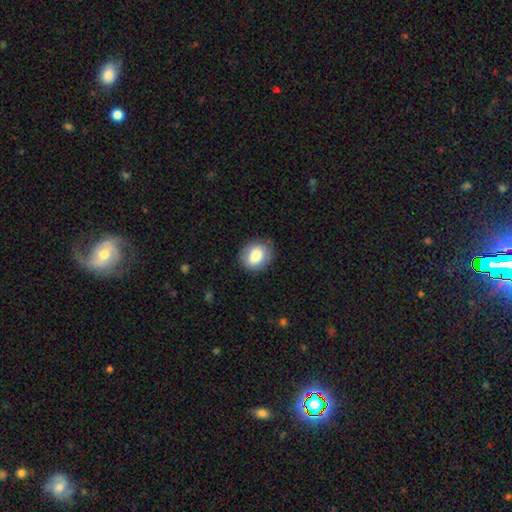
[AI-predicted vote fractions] Q: Smooth or featured?
A: smooth (82%); runner-up: featured or disk (11%)
Q: How rounded?
A: round (61%); runner-up: in between (38%)
Q: Merging?
A: none (84%); runner-up: minor disturbance (11%)